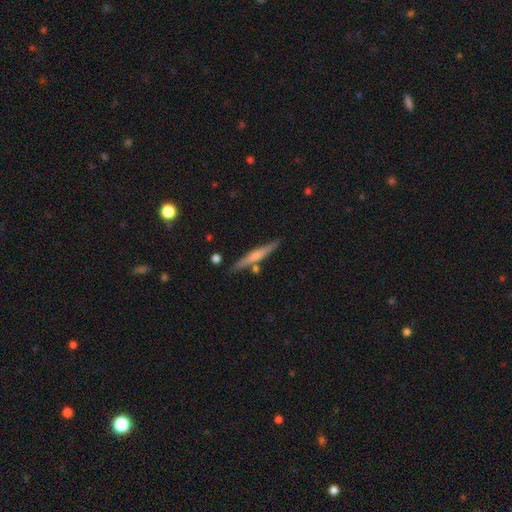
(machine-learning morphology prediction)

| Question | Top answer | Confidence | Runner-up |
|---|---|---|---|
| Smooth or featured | featured or disk | 49% | smooth (46%) |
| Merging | none | 82% | minor disturbance (10%) |